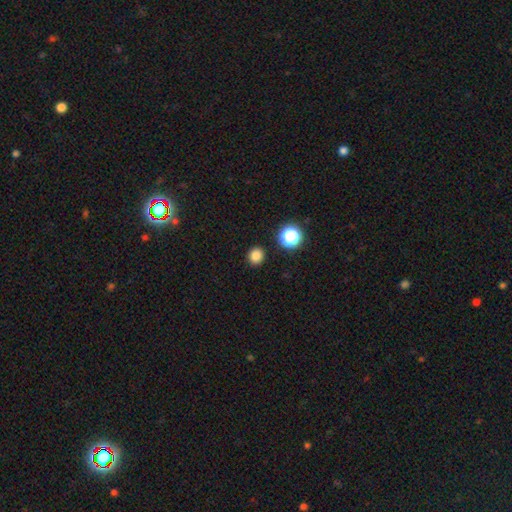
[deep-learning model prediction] smooth_or_featured: smooth (p=0.82) [alt: star or artifact p=0.14]
how_rounded: round (p=0.87) [alt: in between p=0.12]
merging: none (p=0.91) [alt: minor disturbance p=0.05]